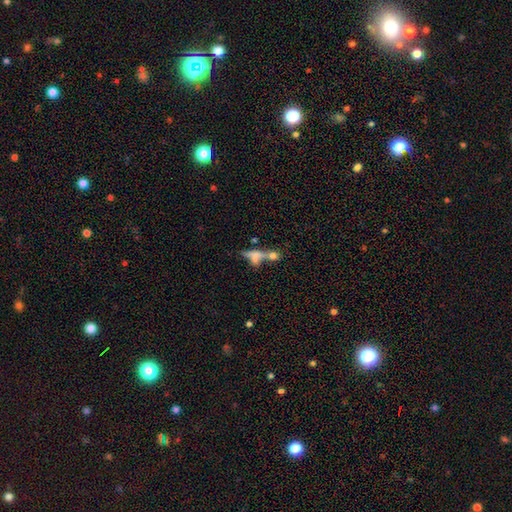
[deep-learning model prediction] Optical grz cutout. It shows a smooth galaxy with no disk features (54%) that is cigar-shaped (48%). Merging: merger (51%).